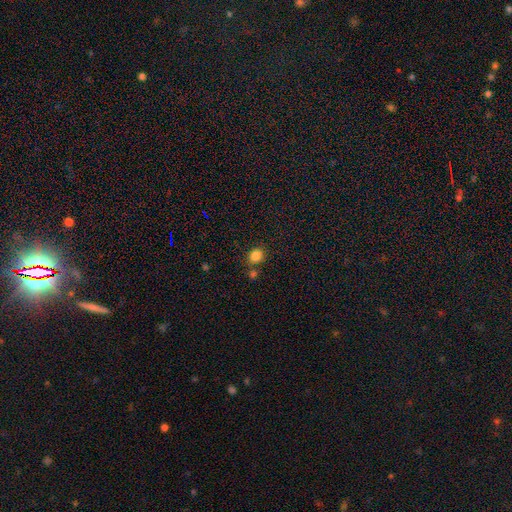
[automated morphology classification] smooth 84%, star or artifact 12%, featured or disk 4%. Down the decision tree: how rounded — round (74%); merging — none (73%).